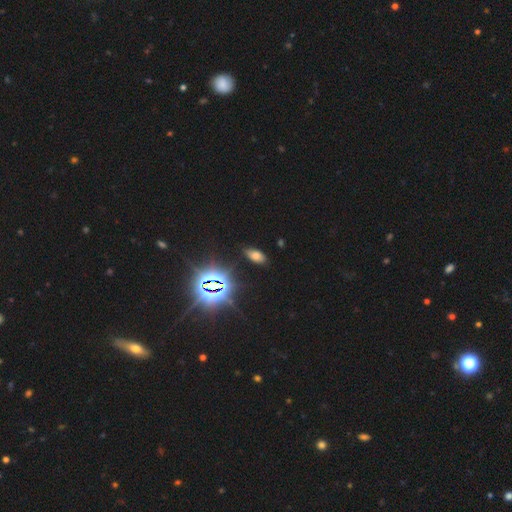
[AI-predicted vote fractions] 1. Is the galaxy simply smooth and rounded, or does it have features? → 55% smooth, 35% star or artifact, 10% featured or disk.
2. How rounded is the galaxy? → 90% in between, 5% round, 4% cigar-shaped.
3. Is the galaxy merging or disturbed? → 81% none, 13% minor disturbance, 4% major disturbance, 2% merger.